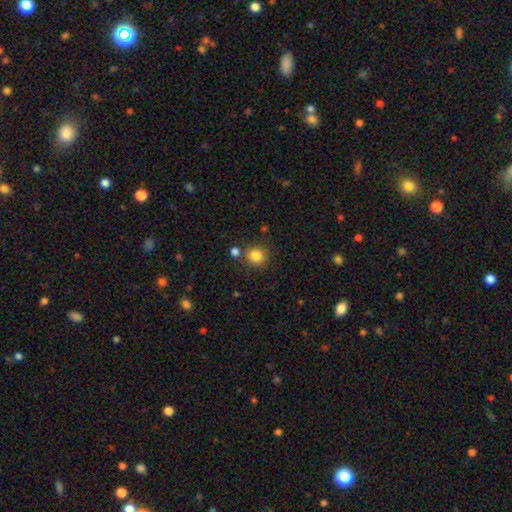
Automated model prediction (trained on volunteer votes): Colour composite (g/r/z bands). It shows a smooth galaxy with no disk features (83%) that is round (91%). Merging: none (79%).